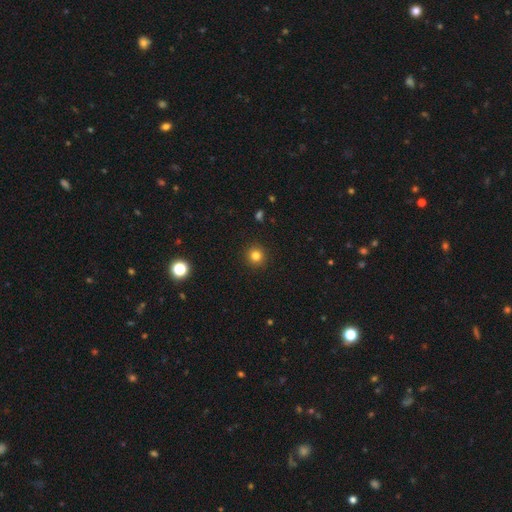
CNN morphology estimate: Overall: smooth (82%). How rounded: round (94%). Merging: none (93%).